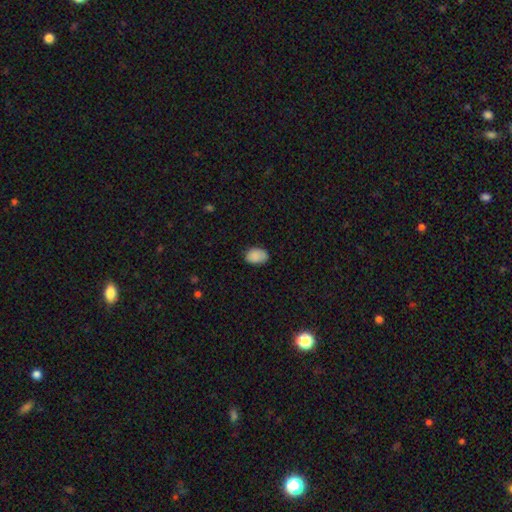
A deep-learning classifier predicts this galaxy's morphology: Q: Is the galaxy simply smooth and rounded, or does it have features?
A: smooth — 88%.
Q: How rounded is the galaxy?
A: in between — 83%.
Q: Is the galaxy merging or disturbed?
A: none — 78%.